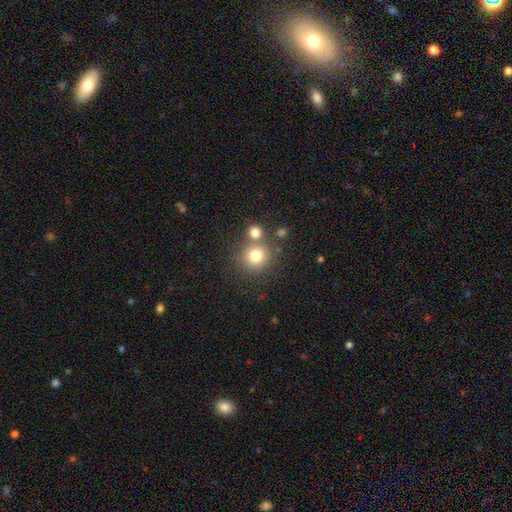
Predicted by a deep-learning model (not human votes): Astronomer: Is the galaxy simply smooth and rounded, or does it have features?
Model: smooth — 78%.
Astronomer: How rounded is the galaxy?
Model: round — 91%.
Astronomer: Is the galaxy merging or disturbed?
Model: none — 68%.